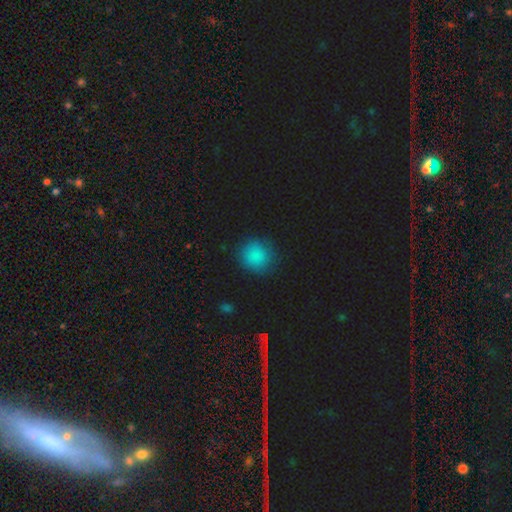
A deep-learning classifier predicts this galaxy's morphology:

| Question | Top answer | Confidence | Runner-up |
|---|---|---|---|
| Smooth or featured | smooth | 83% | star or artifact (11%) |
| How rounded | round | 88% | in between (11%) |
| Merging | none | 83% | minor disturbance (12%) |